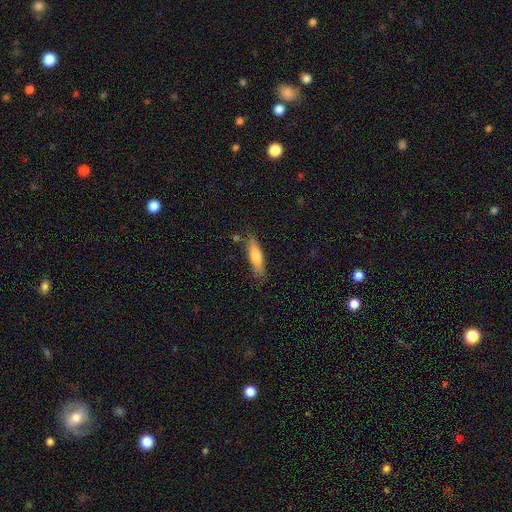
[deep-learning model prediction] Smooth or featured?
  - smooth: 71% *
  - featured or disk: 23%
  - star or artifact: 6%
How rounded?
  - cigar-shaped: 73% *
  - in between: 25%
  - round: 2%
Merging?
  - none: 79% *
  - minor disturbance: 15%
  - major disturbance: 3%
  - merger: 3%